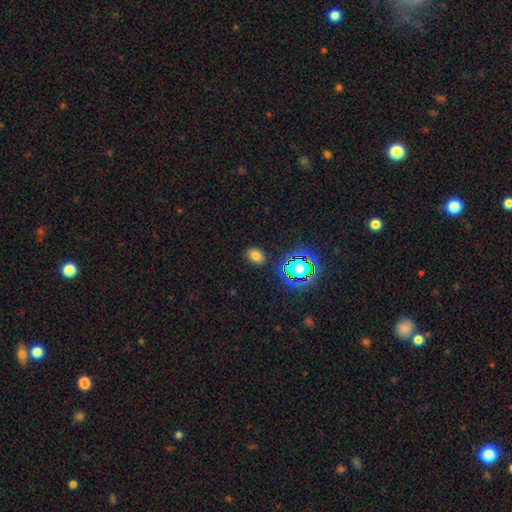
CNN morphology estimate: smooth_or_featured: smooth (p=0.71) [alt: star or artifact p=0.22]
how_rounded: in between (p=0.75) [alt: round p=0.24]
merging: none (p=0.85) [alt: minor disturbance p=0.10]